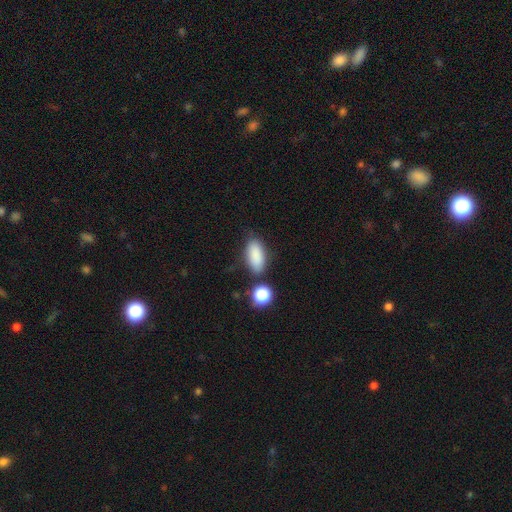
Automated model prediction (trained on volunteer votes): Smooth or featured?
  - smooth: 86% *
  - star or artifact: 8%
  - featured or disk: 6%
How rounded?
  - in between: 87% *
  - cigar-shaped: 9%
  - round: 4%
Merging?
  - none: 73% *
  - minor disturbance: 15%
  - merger: 8%
  - major disturbance: 4%